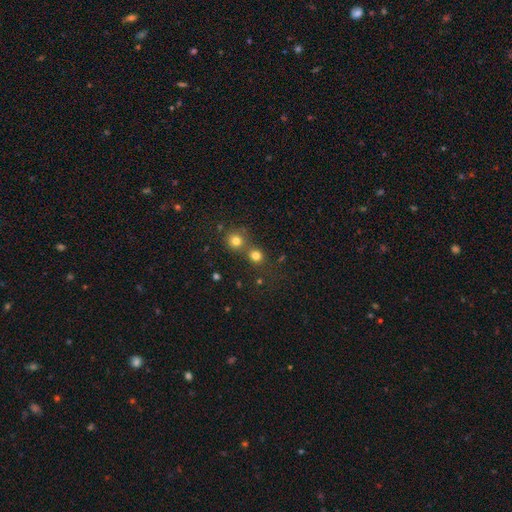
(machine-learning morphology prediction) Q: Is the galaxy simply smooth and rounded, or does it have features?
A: smooth — 77%.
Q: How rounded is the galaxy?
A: round — 87%.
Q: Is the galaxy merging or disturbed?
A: none — 62%.